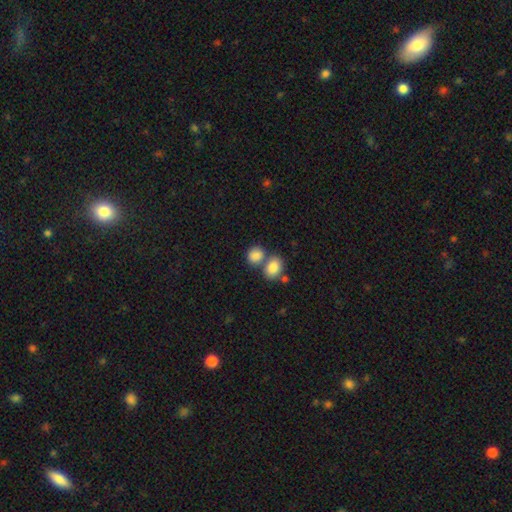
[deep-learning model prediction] This is clearly a smooth galaxy (85%). How rounded: possibly round (51%). Merging: possibly none (46%).